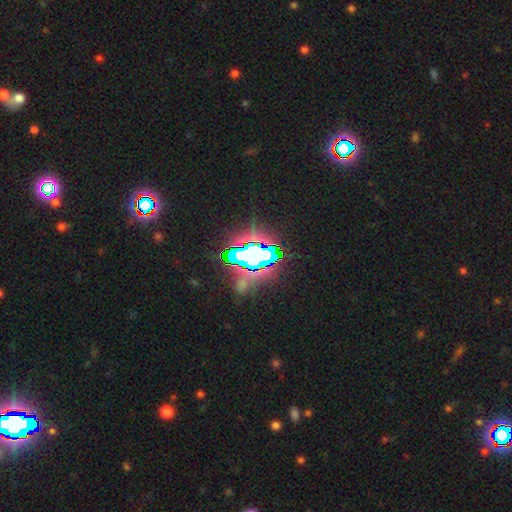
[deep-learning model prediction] smooth-or-featured: star or artifact: 84% | smooth: 9% | featured or disk: 7%